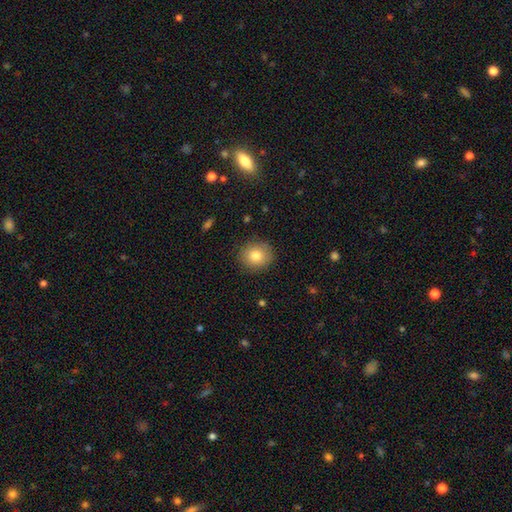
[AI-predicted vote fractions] Smooth or featured?
  - smooth: 81% *
  - featured or disk: 10%
  - star or artifact: 9%
How rounded?
  - round: 83% *
  - in between: 16%
  - cigar-shaped: 1%
Merging?
  - none: 87% *
  - minor disturbance: 9%
  - major disturbance: 3%
  - merger: 1%